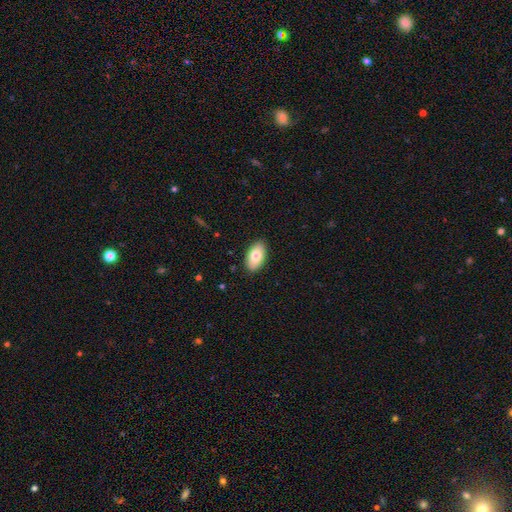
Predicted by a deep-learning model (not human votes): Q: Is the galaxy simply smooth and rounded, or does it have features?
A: smooth — 77%.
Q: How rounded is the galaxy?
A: in between — 94%.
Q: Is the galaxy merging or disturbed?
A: none — 88%.